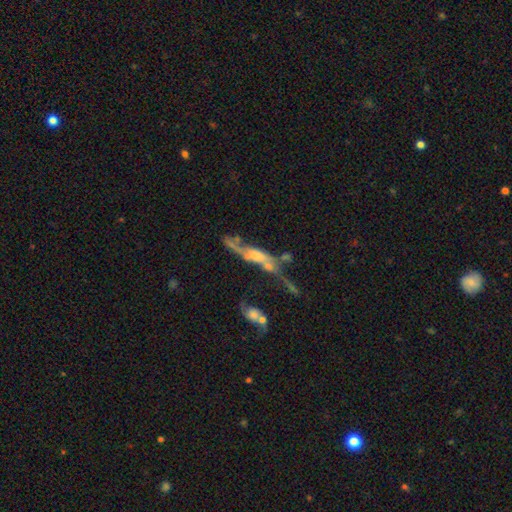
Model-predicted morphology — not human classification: Smooth or featured?
  - featured or disk: 63% *
  - smooth: 27%
  - star or artifact: 10%
Edge-on disk?
  - no: 65% *
  - yes: 35%
Merging?
  - merger: 44% *
  - major disturbance: 23%
  - none: 20%
  - minor disturbance: 13%